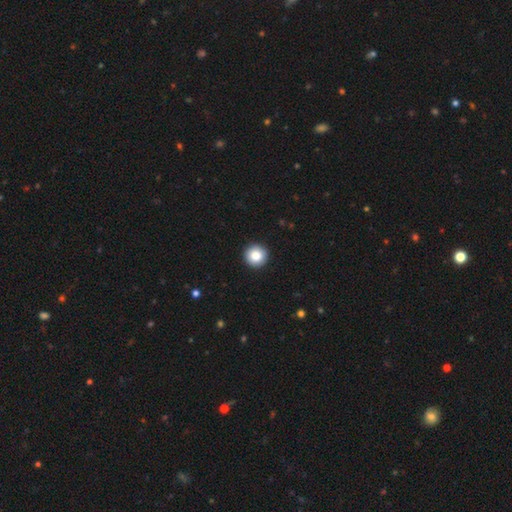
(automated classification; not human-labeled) Smooth or featured? Predicted: smooth (p=0.86). How rounded? Predicted: round (p=0.96). Merging? Predicted: none (p=0.93).